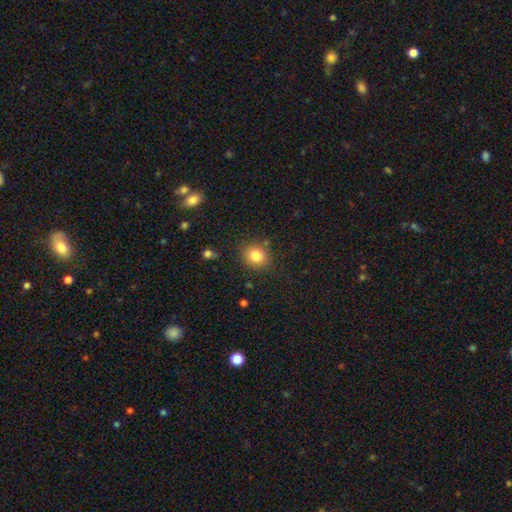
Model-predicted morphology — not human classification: smooth 82%, star or artifact 11%, featured or disk 7%. Down the decision tree: how rounded — round (73%); merging — none (82%).